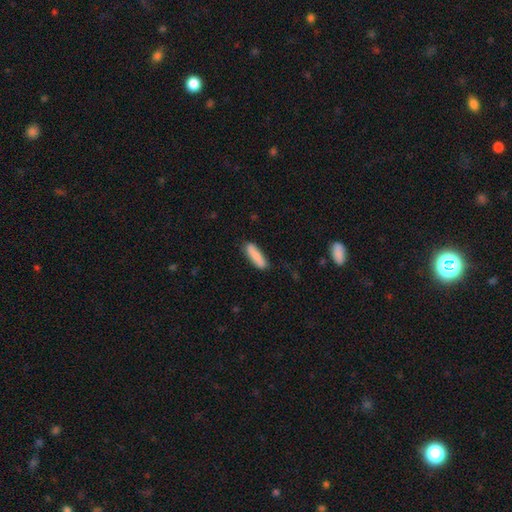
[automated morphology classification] Smooth or featured: smooth — 83% (featured or disk — 11%)
How rounded: cigar-shaped — 67% (in between — 32%)
Merging: none — 83% (minor disturbance — 13%)